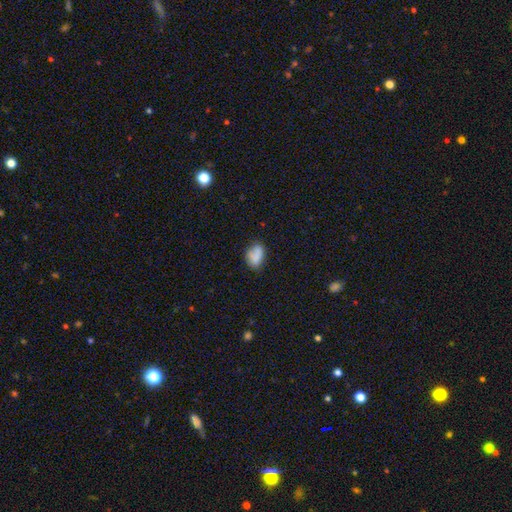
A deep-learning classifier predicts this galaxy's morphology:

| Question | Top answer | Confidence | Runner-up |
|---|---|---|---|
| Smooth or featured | smooth | 80% | featured or disk (11%) |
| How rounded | in between | 84% | round (14%) |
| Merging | none | 60% | minor disturbance (28%) |